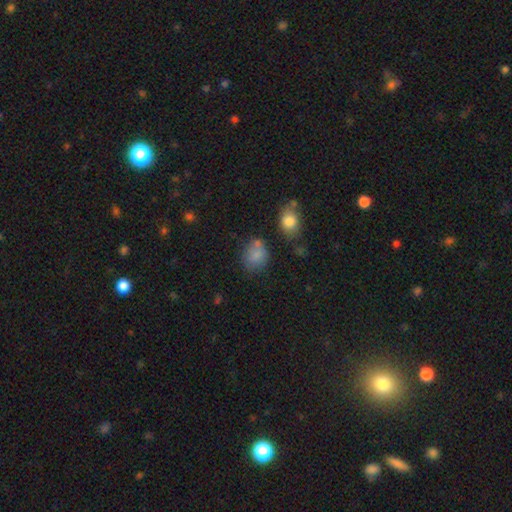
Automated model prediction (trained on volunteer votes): Q: Smooth or featured?
A: smooth (79%); runner-up: star or artifact (11%)
Q: How rounded?
A: round (56%); runner-up: in between (42%)
Q: Merging?
A: none (57%); runner-up: minor disturbance (23%)